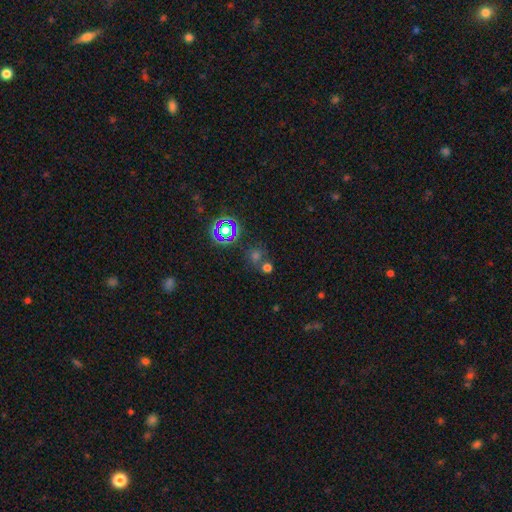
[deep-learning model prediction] This appears to be a star or artifact, not a galaxy (46%).